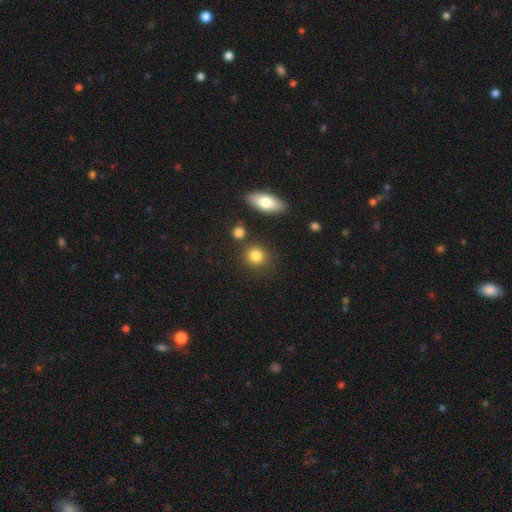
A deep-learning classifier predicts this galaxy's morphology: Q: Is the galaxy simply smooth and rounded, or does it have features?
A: smooth — 84%.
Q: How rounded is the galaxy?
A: round — 80%.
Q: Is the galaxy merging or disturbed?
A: none — 81%.